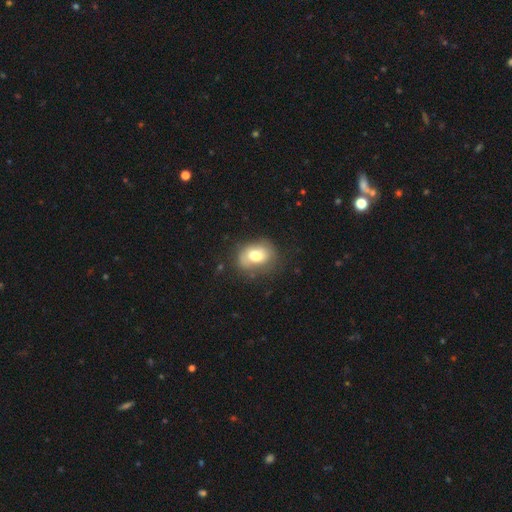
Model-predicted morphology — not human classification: smooth 69%, featured or disk 22%, star or artifact 9%. Down the decision tree: how rounded — in between (58%); merging — none (65%).